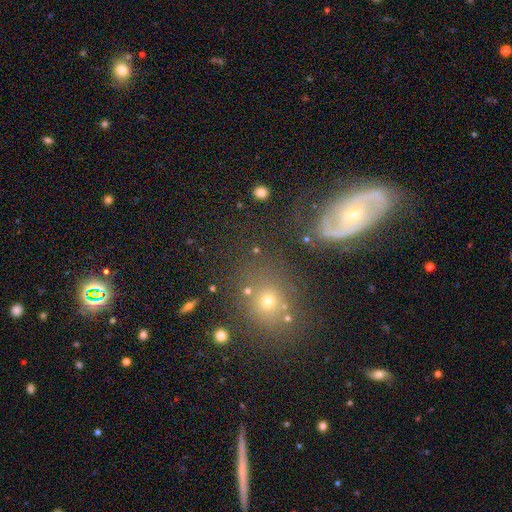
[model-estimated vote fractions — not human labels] Smooth or featured? Predicted: featured or disk (p=0.39). Merging? Predicted: none (p=0.78).